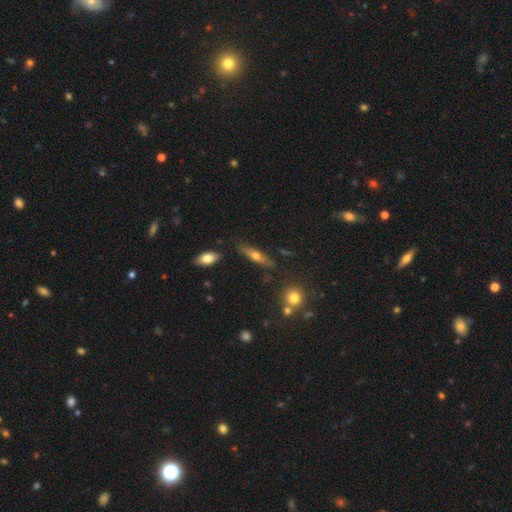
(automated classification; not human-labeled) The model was most divided on "smooth or featured": featured or disk: 48%, smooth: 44%, star or artifact: 8%. More confident: merging — none (81%).